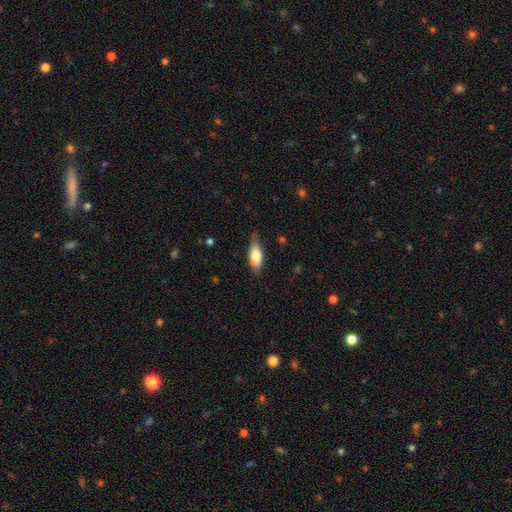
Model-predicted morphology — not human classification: smooth_or_featured: smooth (p=0.72) [alt: featured or disk p=0.22]
how_rounded: in between (p=0.74) [alt: cigar-shaped p=0.24]
merging: none (p=0.69) [alt: minor disturbance p=0.25]